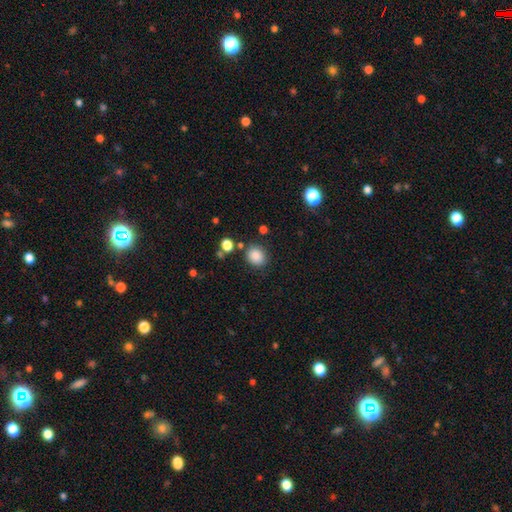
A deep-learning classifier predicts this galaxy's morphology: This appears to be a smooth galaxy with no disk features (86%) that is round (71%). Merging: none (81%).